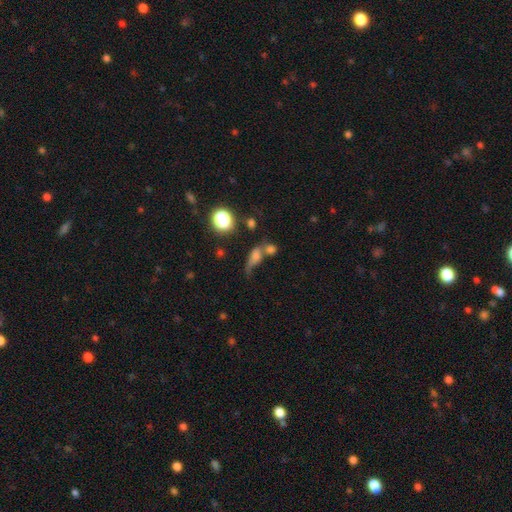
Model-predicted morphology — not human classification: type=smooth (63%); roundness=in between (61%); merging=merger (35%).